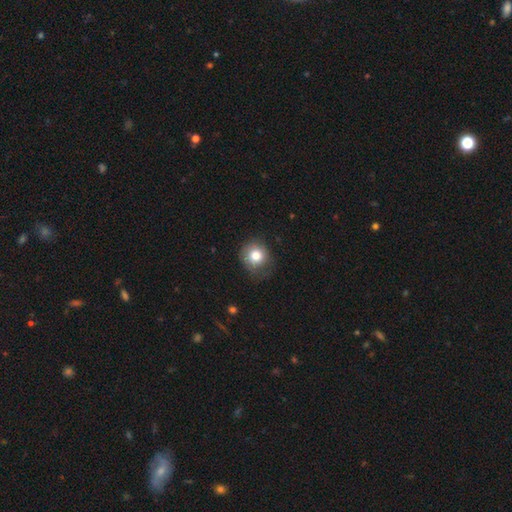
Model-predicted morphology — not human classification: This appears to be a smooth galaxy with no disk features (79%) that is round (85%). Merging: none (65%).